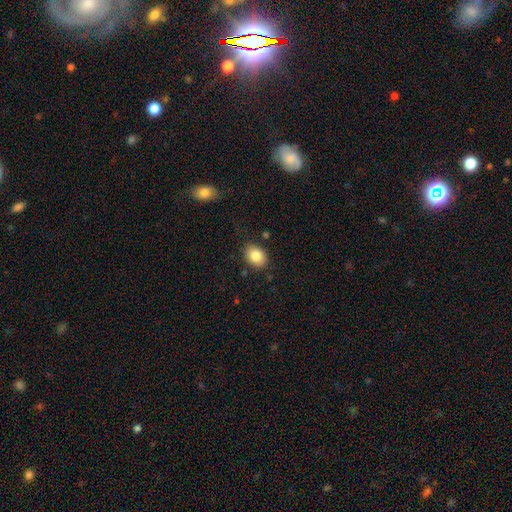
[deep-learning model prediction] Morphology: type=smooth (85%); roundness=in between (72%); merging=none (84%).